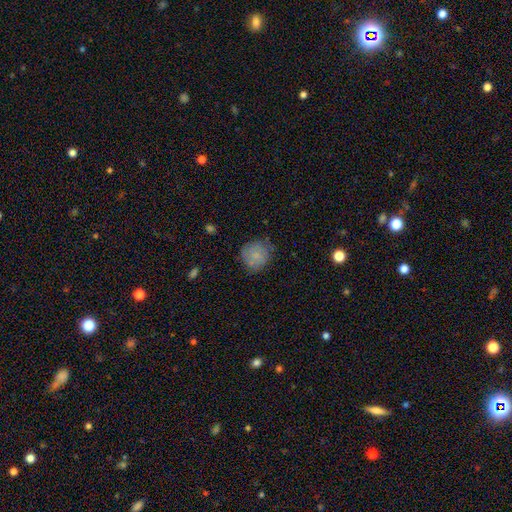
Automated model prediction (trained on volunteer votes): A smooth galaxy with no disk features (72%) that is round (83%).

Vote fractions:
- Smooth or featured? smooth: 72% / featured or disk: 18% / star or artifact: 10%
- How rounded? round: 83% / in between: 16% / cigar-shaped: 1%
- Merging? none: 67% / minor disturbance: 24% / major disturbance: 7% / merger: 2%